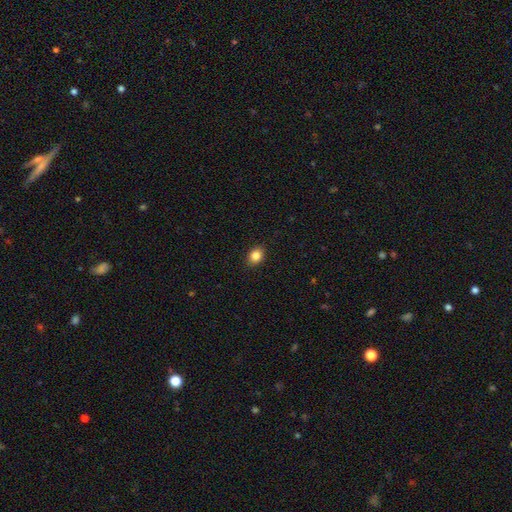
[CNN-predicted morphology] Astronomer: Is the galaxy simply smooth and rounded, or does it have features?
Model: smooth — 85%.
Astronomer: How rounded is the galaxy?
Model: in between — 52% (runner-up: round, 47%).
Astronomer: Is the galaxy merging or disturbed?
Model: none — 90%.